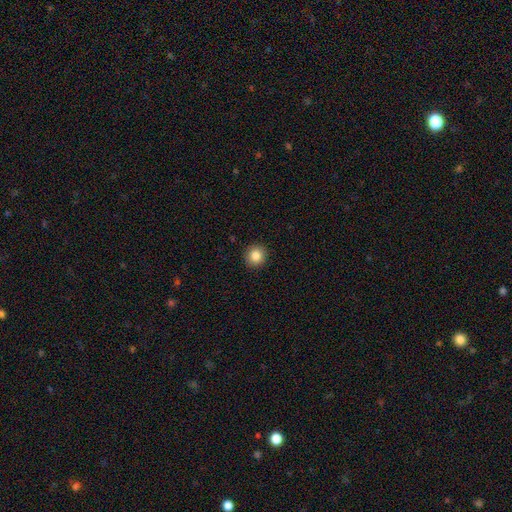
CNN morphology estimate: smooth 84%, star or artifact 10%, featured or disk 6%. Down the decision tree: how rounded — round (92%); merging — none (93%).